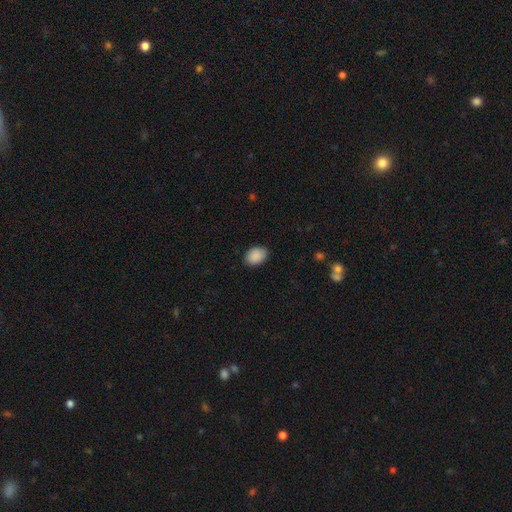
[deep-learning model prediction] The model was most divided on "how rounded": in between: 76%, round: 23%, cigar-shaped: 1%. More confident: smooth or featured — smooth (90%); merging — none (86%).